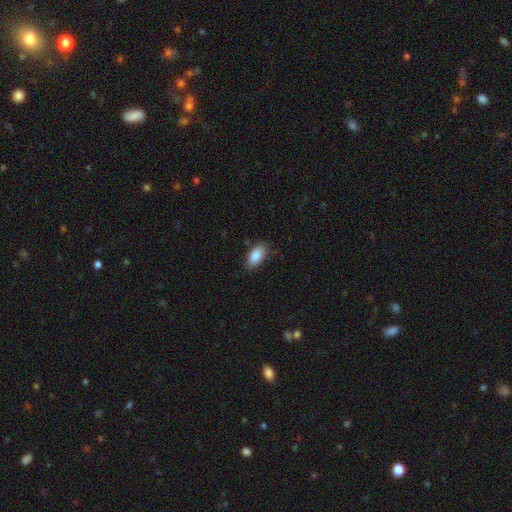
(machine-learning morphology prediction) This is clearly a smooth galaxy (87%). How rounded: clearly in between (92%). Merging: likely none (79%).